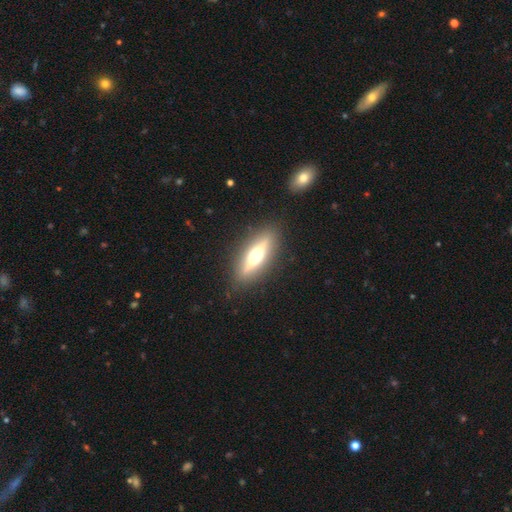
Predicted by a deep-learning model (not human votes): featured or disk 60%, smooth 33%, star or artifact 7%. Down the decision tree: edge-on disk — yes (90%); edge-on bulge — rounded (93%); merging — none (88%).